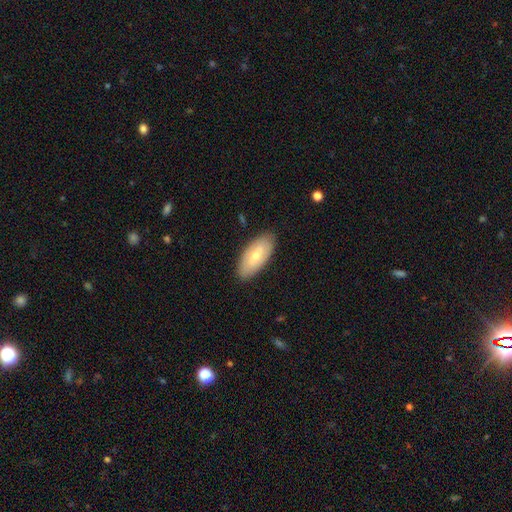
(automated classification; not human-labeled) Overall: smooth (57%; featured or disk 38%). How rounded: in between (88%). Merging: none (86%).